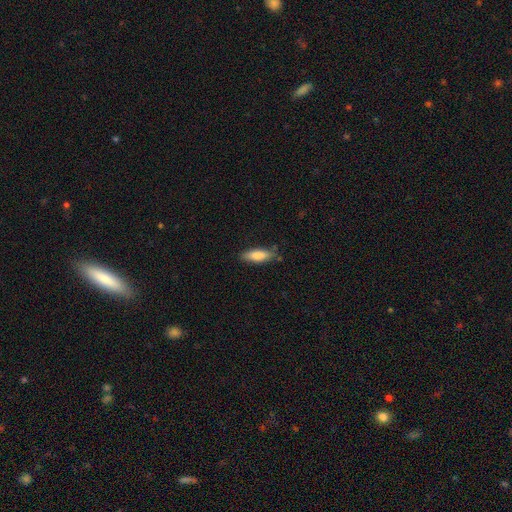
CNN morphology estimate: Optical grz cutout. It shows a smooth galaxy with no disk features (82%) that is in between round and cigar-shaped (53%). Merging: none (78%).